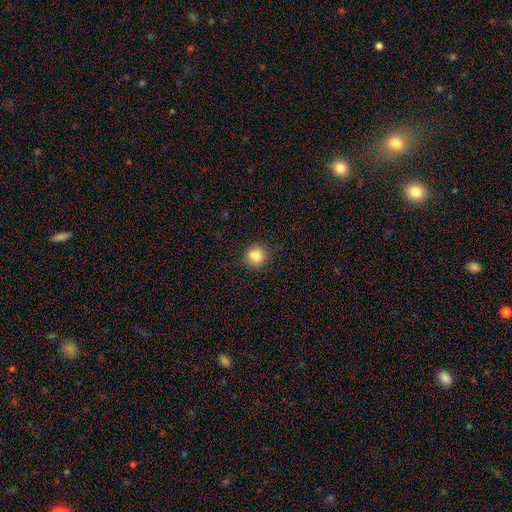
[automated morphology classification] Smooth or featured: smooth — 84% (star or artifact — 11%)
How rounded: round — 83% (in between — 16%)
Merging: none — 79% (minor disturbance — 15%)